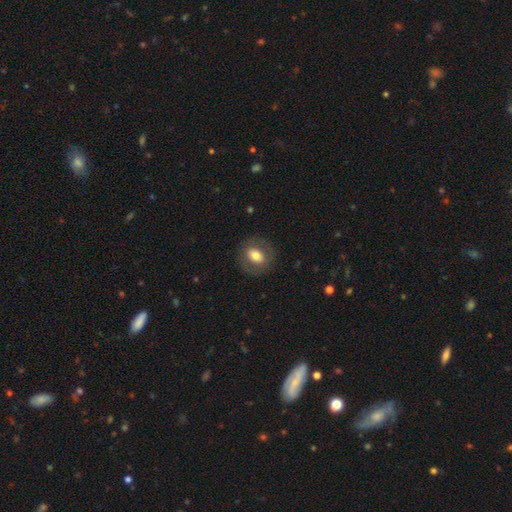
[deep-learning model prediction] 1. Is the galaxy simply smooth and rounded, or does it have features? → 64% smooth, 29% featured or disk, 7% star or artifact.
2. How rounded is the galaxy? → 52% in between, 46% round, 2% cigar-shaped.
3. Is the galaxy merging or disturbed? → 81% none, 11% minor disturbance, 7% major disturbance, 1% merger.